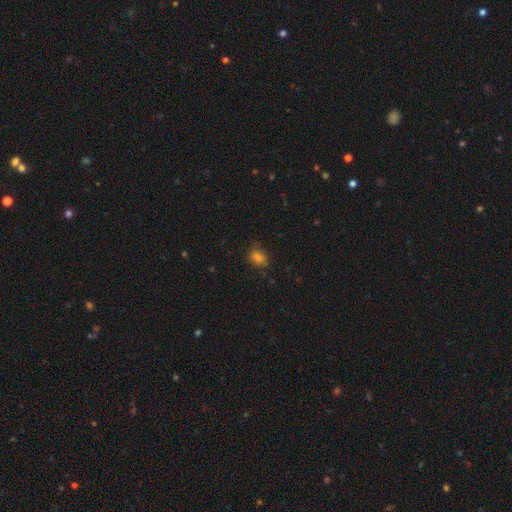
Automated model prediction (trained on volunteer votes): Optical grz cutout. It shows a smooth galaxy with no disk features (72%) that is in between round and cigar-shaped (53%). Merging: none (76%).